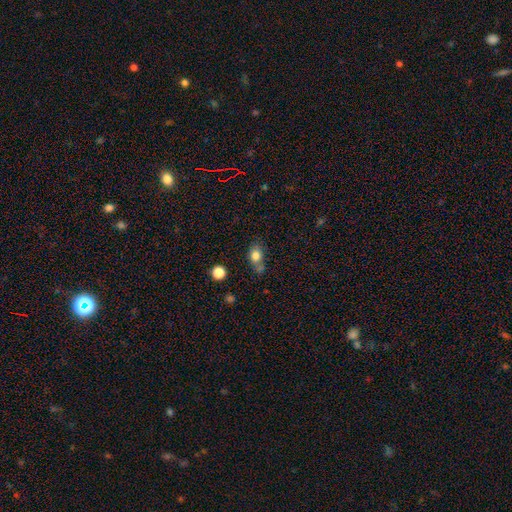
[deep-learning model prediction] smooth-or-featured: smooth: 79% | featured or disk: 10% | star or artifact: 10%
  how-rounded: in between: 57% | round: 40% | cigar-shaped: 3%
  merging: none: 49% | minor disturbance: 22% | merger: 21% | major disturbance: 8%